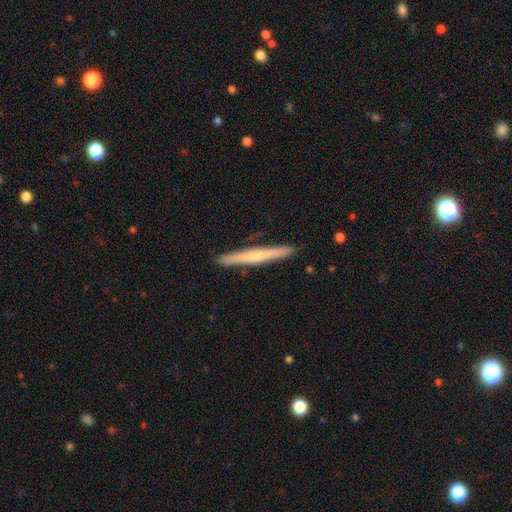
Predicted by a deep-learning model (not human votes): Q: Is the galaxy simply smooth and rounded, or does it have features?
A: smooth — 50%.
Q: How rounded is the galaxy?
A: cigar-shaped — 97%.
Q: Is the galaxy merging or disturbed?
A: none — 91%.